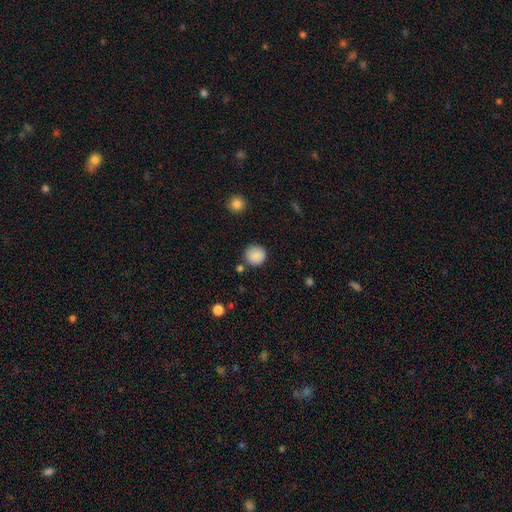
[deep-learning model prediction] smooth-or-featured: smooth: 87% | star or artifact: 9% | featured or disk: 4%
  how-rounded: round: 92% | in between: 7% | cigar-shaped: 1%
  merging: none: 85% | minor disturbance: 9% | merger: 3% | major disturbance: 3%